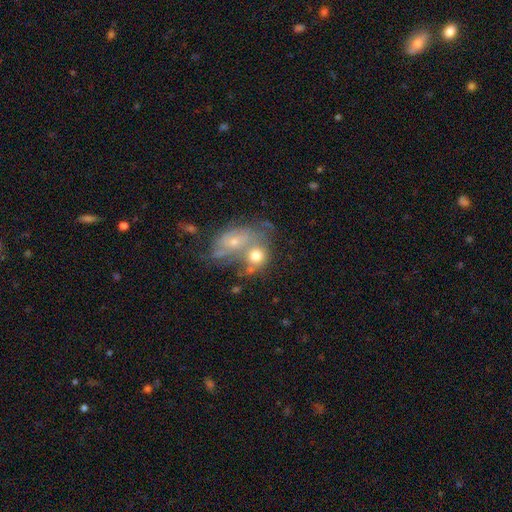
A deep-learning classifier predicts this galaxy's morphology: Q: Smooth or featured?
A: smooth (60%); runner-up: featured or disk (29%)
Q: How rounded?
A: round (60%); runner-up: in between (39%)
Q: Merging?
A: merger (56%); runner-up: none (25%)